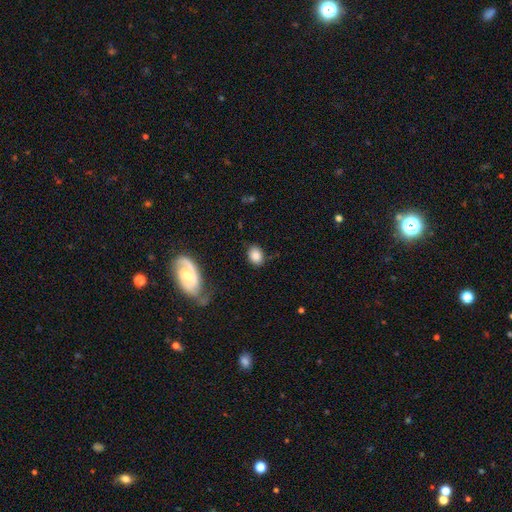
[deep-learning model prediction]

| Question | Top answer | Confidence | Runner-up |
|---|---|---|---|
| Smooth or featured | smooth | 83% | star or artifact (9%) |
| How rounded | in between | 60% | round (39%) |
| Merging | none | 78% | minor disturbance (15%) |